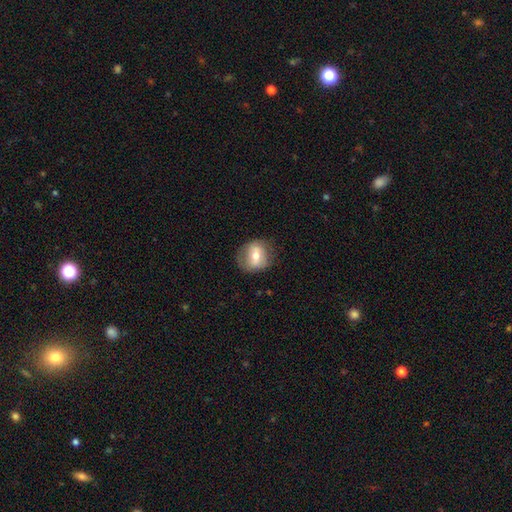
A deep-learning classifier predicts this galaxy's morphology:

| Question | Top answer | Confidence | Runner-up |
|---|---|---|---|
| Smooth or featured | smooth | 53% | featured or disk (39%) |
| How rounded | round | 65% | in between (33%) |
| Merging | none | 76% | minor disturbance (17%) |